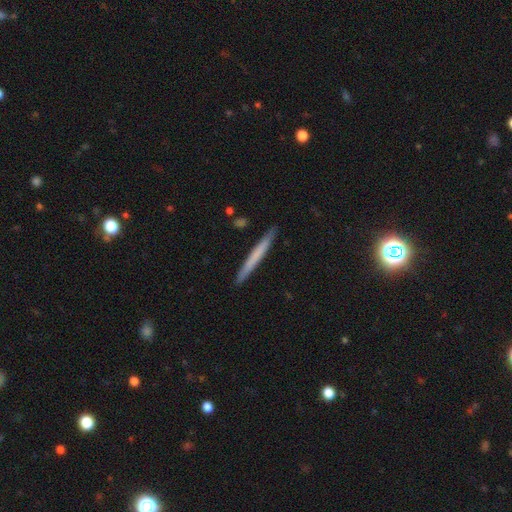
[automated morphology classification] Overall: smooth (62%; featured or disk 32%). How rounded: cigar-shaped (97%). Merging: none (91%).